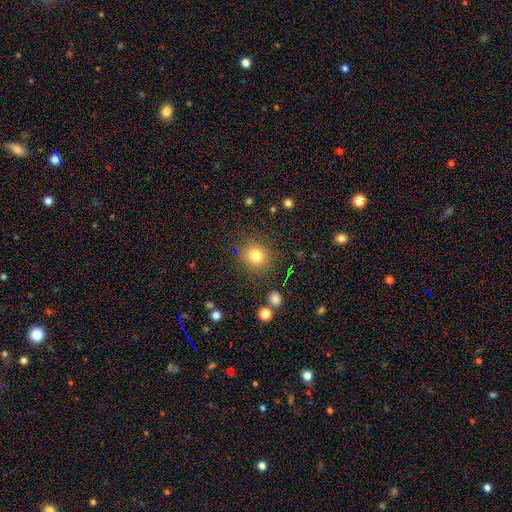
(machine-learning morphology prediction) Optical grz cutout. It shows a smooth galaxy with no disk features (80%) that is round (87%). Merging: none (86%).